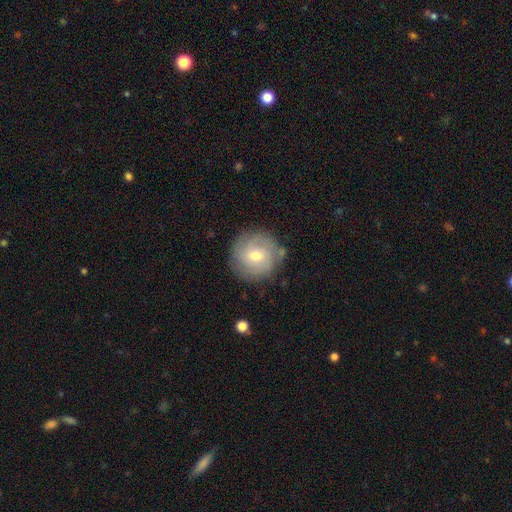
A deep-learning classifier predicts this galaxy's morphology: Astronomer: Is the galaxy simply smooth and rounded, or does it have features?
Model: featured or disk — 48% (runner-up: smooth, 44%).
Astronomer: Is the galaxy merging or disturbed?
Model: none — 80%.